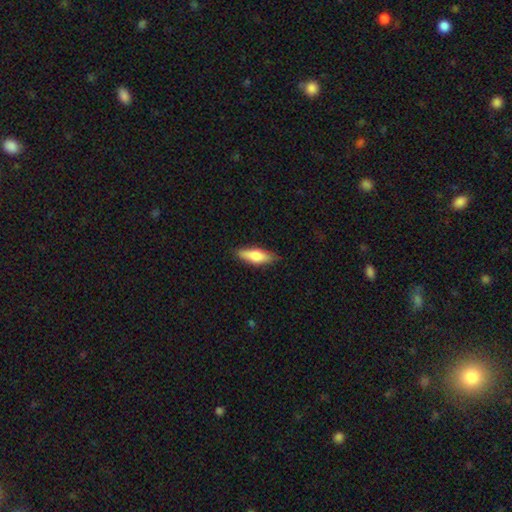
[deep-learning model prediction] smooth_or_featured: smooth (p=0.67) [alt: featured or disk p=0.27]
how_rounded: in between (p=0.52) [alt: cigar-shaped p=0.46]
merging: none (p=0.83) [alt: minor disturbance p=0.13]